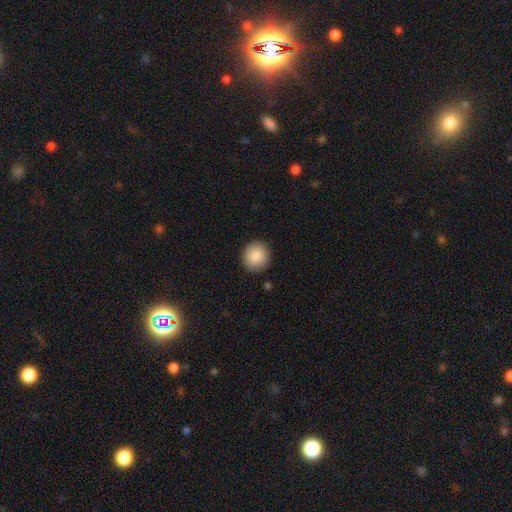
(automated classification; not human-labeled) Morphology: type=smooth (87%); roundness=round (91%); merging=none (91%).